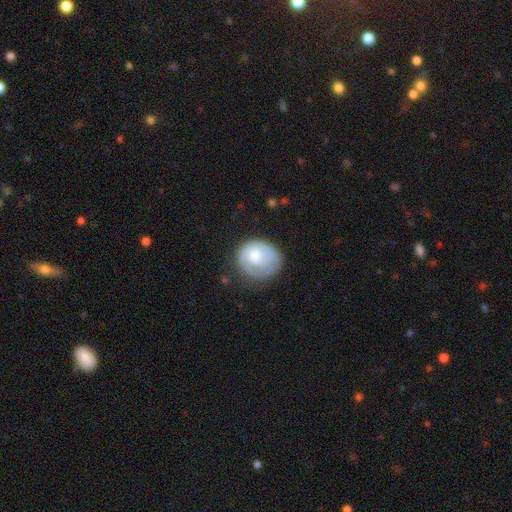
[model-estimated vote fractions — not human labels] This is possibly a smooth galaxy (48%). Merging: likely none (63%).